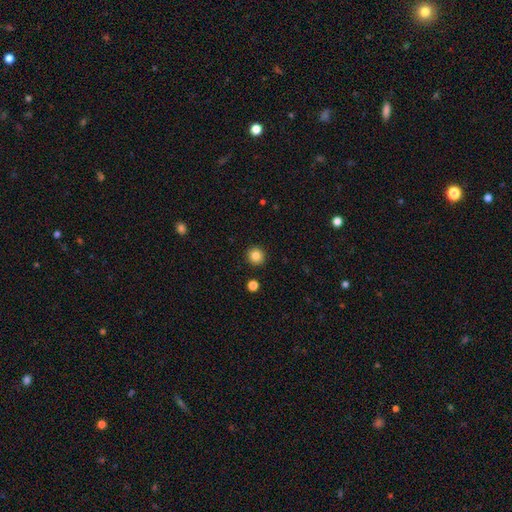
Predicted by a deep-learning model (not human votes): The model was most divided on "smooth or featured": smooth: 84%, star or artifact: 10%, featured or disk: 5%. More confident: how rounded — round (94%); merging — none (92%).